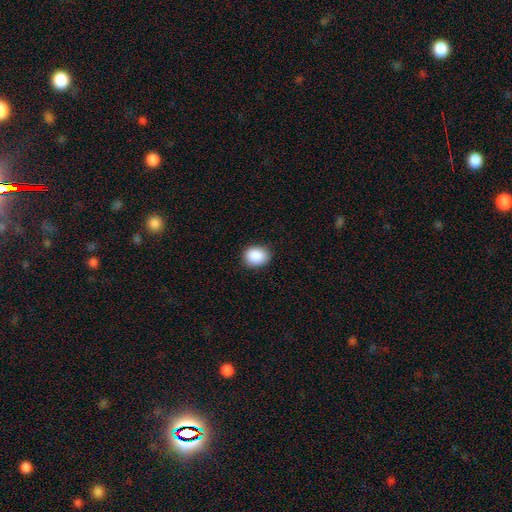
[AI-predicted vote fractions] This appears to be a smooth galaxy with no disk features (89%) that is in between round and cigar-shaped (52%). Merging: none (86%).